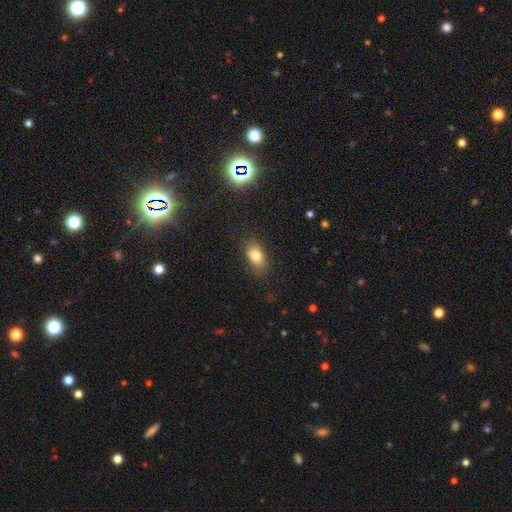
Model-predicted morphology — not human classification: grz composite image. It shows a smooth galaxy with no disk features (80%) that is in between round and cigar-shaped (86%). Merging: none (79%).